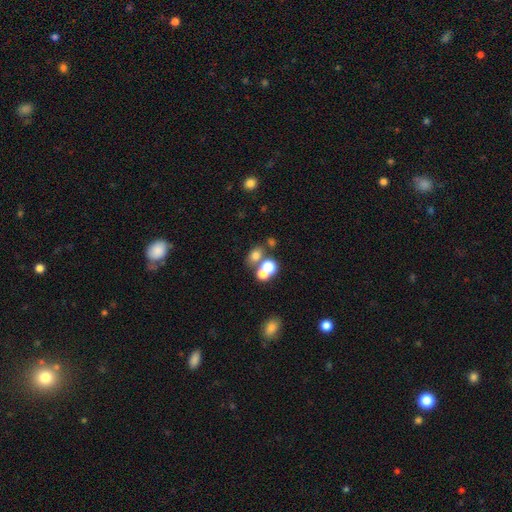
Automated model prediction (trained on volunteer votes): Overall: smooth (70%). How rounded: round (51%; in between 47%). Merging: none (48%; merger 39%).